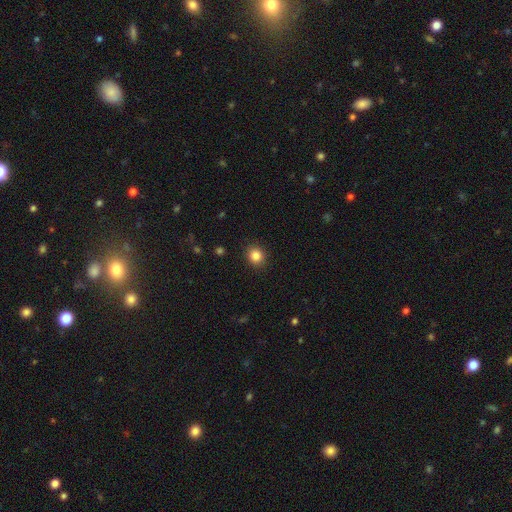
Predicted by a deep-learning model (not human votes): A smooth galaxy with no disk features (85%) that is round (76%).

Vote fractions:
- Smooth or featured? smooth: 85% / star or artifact: 11% / featured or disk: 5%
- How rounded? round: 76% / in between: 23% / cigar-shaped: 1%
- Merging? none: 90% / minor disturbance: 7% / major disturbance: 2% / merger: 1%